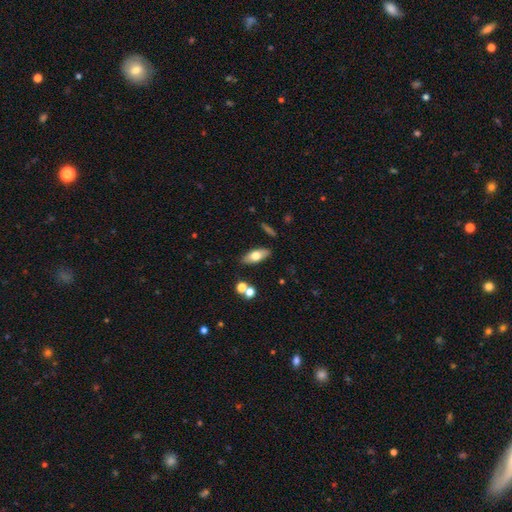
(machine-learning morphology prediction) Smooth or featured? smooth (62%)
How rounded? in between (73%)
Merging? none (83%)